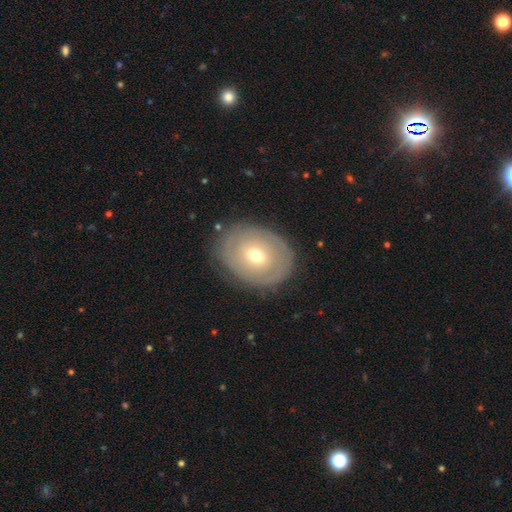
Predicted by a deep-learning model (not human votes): smooth-or-featured: featured or disk: 51% | smooth: 41% | star or artifact: 8%
  disk-edge-on: no: 93% | yes: 7%
  merging: none: 82% | minor disturbance: 13% | major disturbance: 4% | merger: 1%